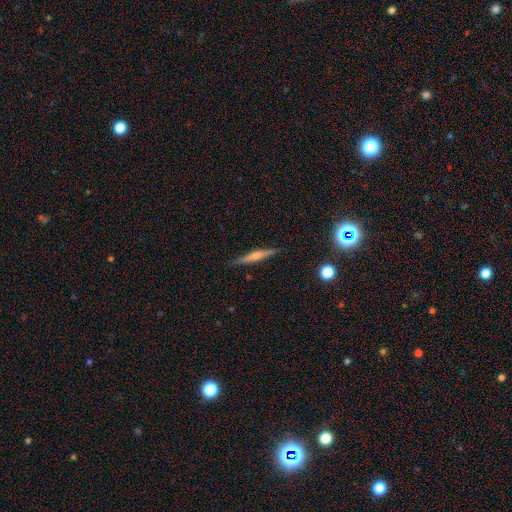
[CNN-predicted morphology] Smooth or featured: featured or disk — 65% (smooth — 24%)
Edge-on disk: yes — 97% (no — 3%)
Edge-on bulge: rounded — 76% (none — 15%)
Merging: none — 90% (minor disturbance — 7%)